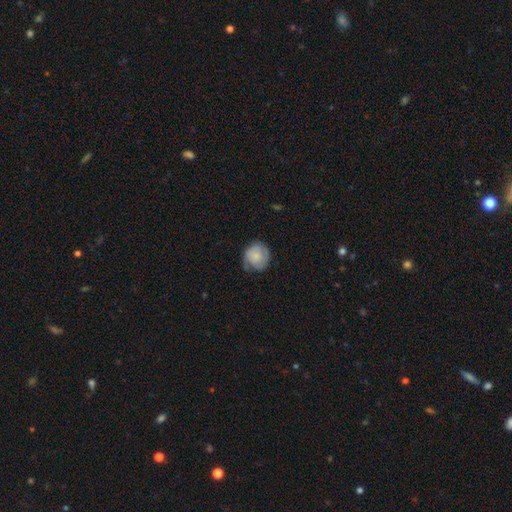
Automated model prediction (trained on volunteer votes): smooth 72%, featured or disk 22%, star or artifact 7%. Down the decision tree: how rounded — round (86%); merging — none (58%).